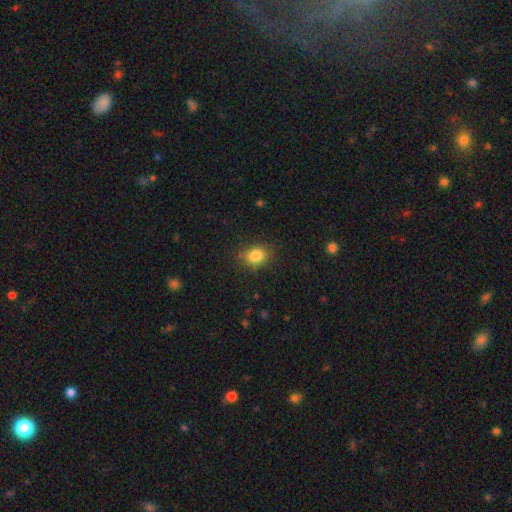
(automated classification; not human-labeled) Q: Smooth or featured?
A: smooth (84%); runner-up: star or artifact (11%)
Q: How rounded?
A: round (51%); runner-up: in between (48%)
Q: Merging?
A: none (81%); runner-up: minor disturbance (13%)